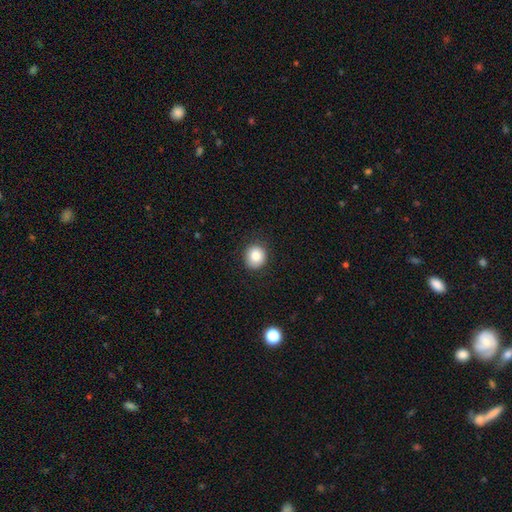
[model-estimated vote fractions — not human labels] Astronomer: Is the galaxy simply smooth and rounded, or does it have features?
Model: smooth — 84%.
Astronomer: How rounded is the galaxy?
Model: round — 82%.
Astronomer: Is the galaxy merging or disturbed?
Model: none — 87%.